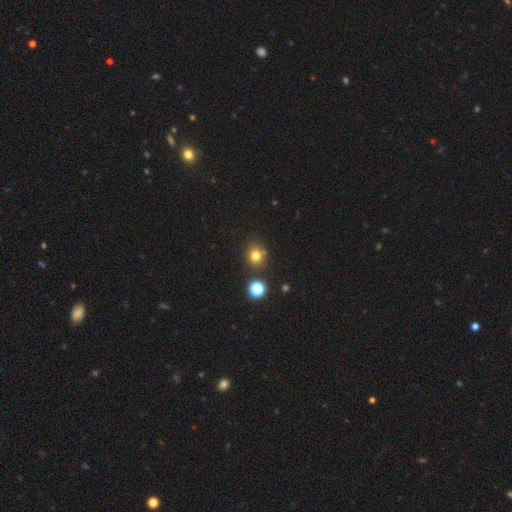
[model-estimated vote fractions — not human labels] The model was most divided on "smooth or featured": smooth: 76%, star or artifact: 17%, featured or disk: 7%. More confident: how rounded — round (82%); merging — none (80%).